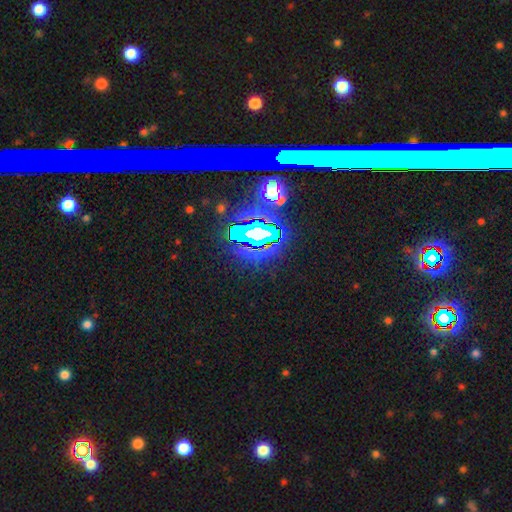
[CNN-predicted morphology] The model was most divided on "smooth or featured": star or artifact: 75%, featured or disk: 13%, smooth: 12%.